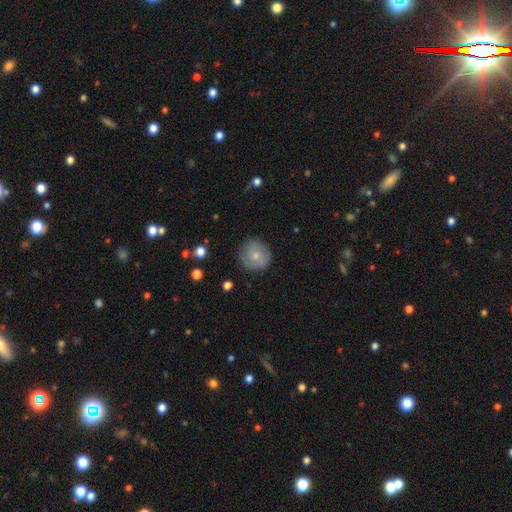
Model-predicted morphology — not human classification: Overall: smooth (67%). How rounded: round (91%). Merging: none (79%).